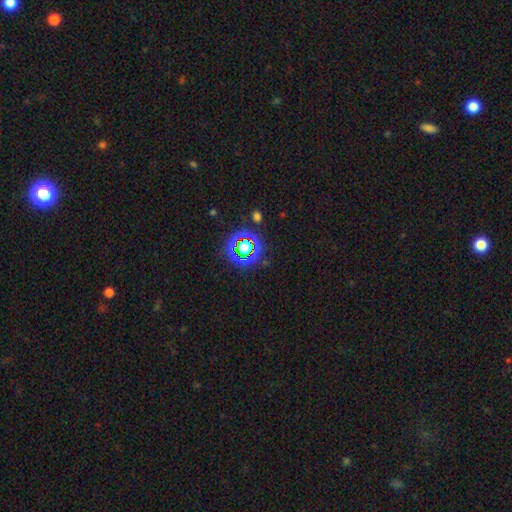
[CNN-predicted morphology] Smooth or featured? Predicted: star or artifact (p=0.74).